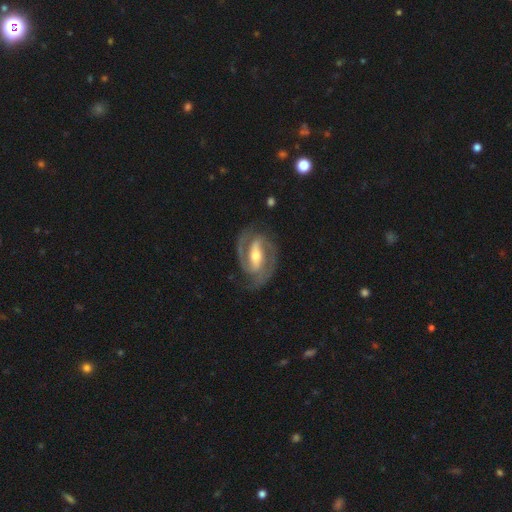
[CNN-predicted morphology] smooth_or_featured: featured or disk (p=0.91) [alt: smooth p=0.05]
disk_edge_on: no (p=0.97) [alt: yes p=0.03]
bar: strong (p=0.64) [alt: weak p=0.25]
has_spiral_arms: yes (p=0.97) [alt: no p=0.03]
spiral_winding: medium (p=0.49) [alt: tight p=0.42]
spiral_arm_count: 2 (p=0.92) [alt: can't tell p=0.02]
bulge_size: moderate (p=0.68) [alt: small p=0.22]
merging: none (p=0.80) [alt: minor disturbance p=0.13]